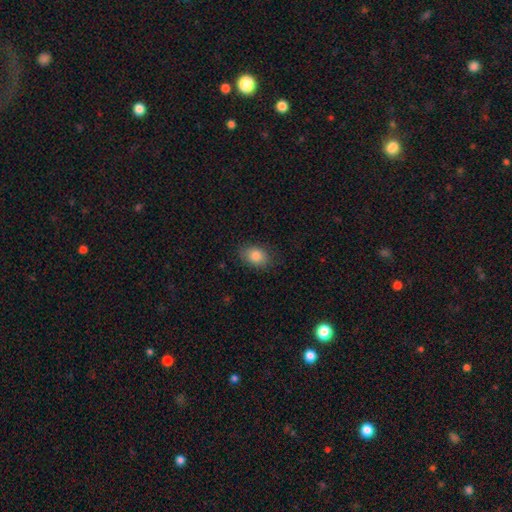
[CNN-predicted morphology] The model was most divided on "how rounded": in between: 76%, round: 23%, cigar-shaped: 1%. More confident: smooth or featured — smooth (85%); merging — none (81%).